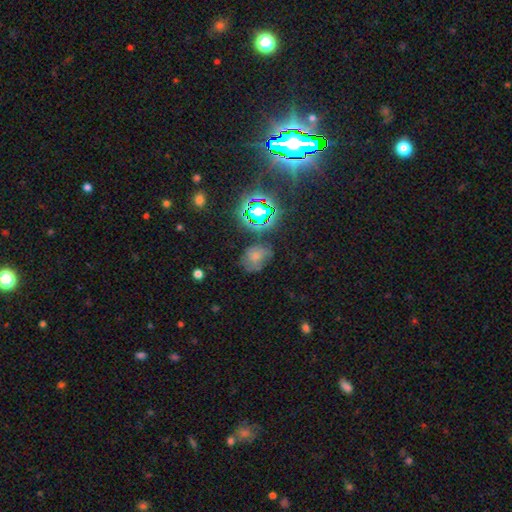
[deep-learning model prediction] Smooth or featured? Predicted: smooth (p=0.52). How rounded? Predicted: in between (p=0.50). Merging? Predicted: none (p=0.52).